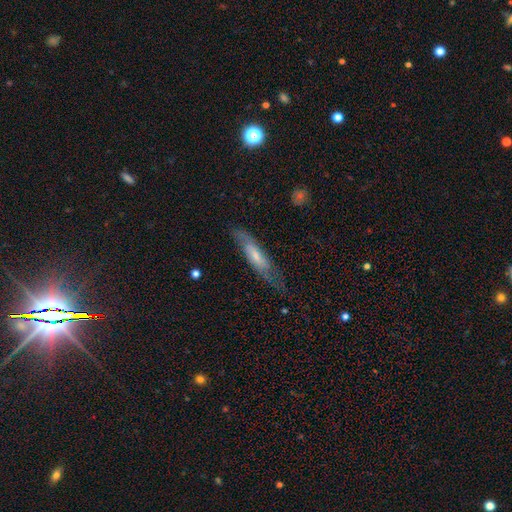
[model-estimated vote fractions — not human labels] Smooth or featured: featured or disk — 49% (smooth — 45%)
Merging: none — 61% (minor disturbance — 25%)